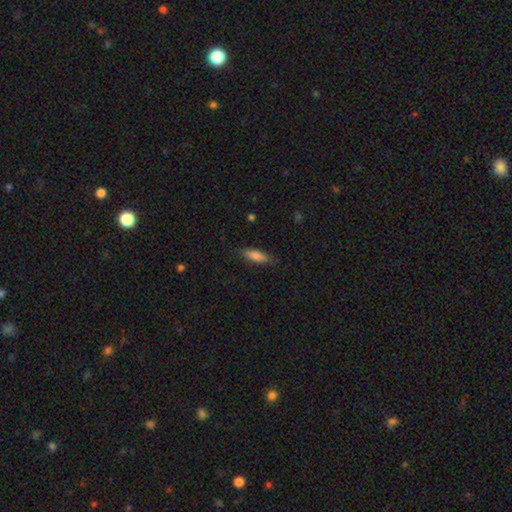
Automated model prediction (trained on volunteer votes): A smooth galaxy with no disk features (82%) that is in between round and cigar-shaped (53%). Merging: none (83%).